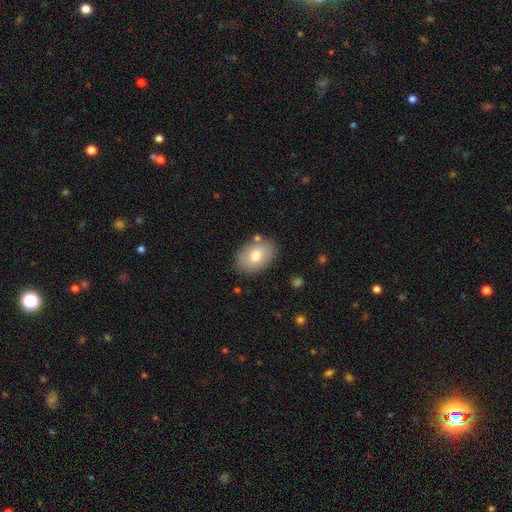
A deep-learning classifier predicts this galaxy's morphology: smooth_or_featured: smooth (p=0.74) [alt: featured or disk p=0.19]
how_rounded: in between (p=0.84) [alt: round p=0.15]
merging: none (p=0.82) [alt: minor disturbance p=0.12]